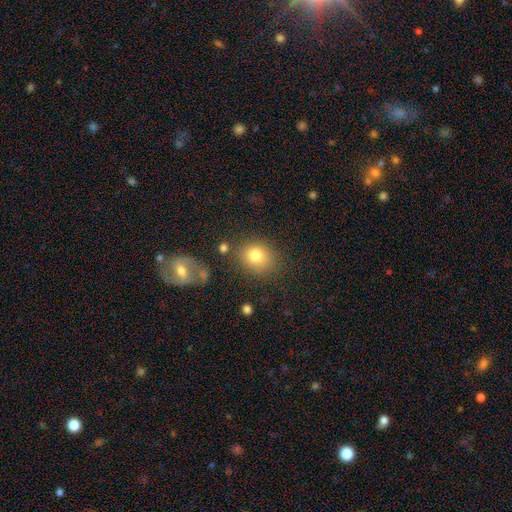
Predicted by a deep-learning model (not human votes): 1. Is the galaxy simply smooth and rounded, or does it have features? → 79% smooth, 11% star or artifact, 10% featured or disk.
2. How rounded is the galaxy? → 61% round, 38% in between, 1% cigar-shaped.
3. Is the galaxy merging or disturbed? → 77% none, 13% minor disturbance, 5% merger, 5% major disturbance.